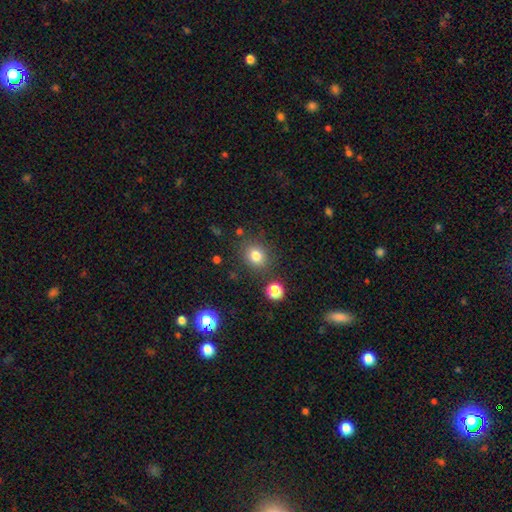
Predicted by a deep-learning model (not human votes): A smooth galaxy with no disk features (80%) that is round (68%). Merging: none (81%).